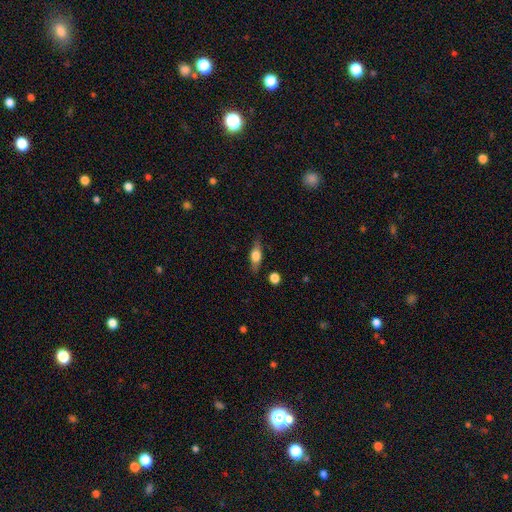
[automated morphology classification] This is possibly a smooth galaxy (57%). How rounded: likely in between (63%). Merging: clearly none (80%).